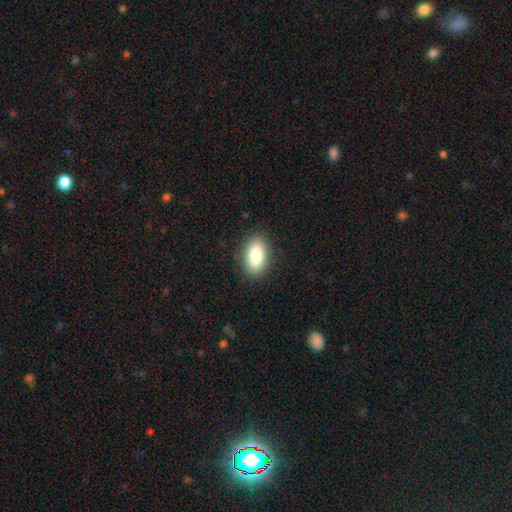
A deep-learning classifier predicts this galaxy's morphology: This is clearly a smooth galaxy (83%). How rounded: clearly in between (90%). Merging: clearly none (88%).